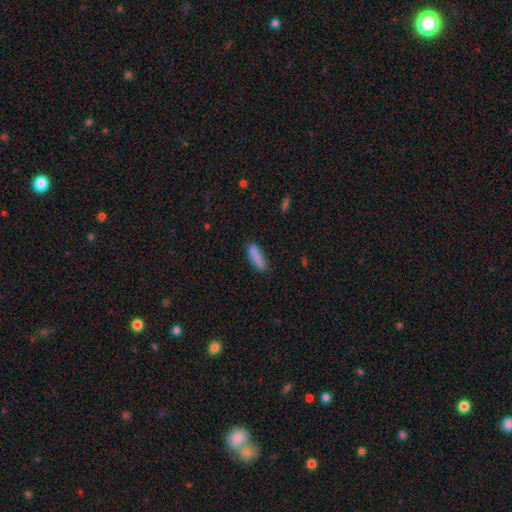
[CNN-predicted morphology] smooth 85%, star or artifact 7%, featured or disk 7%. Down the decision tree: how rounded — cigar-shaped (60%); merging — none (74%).